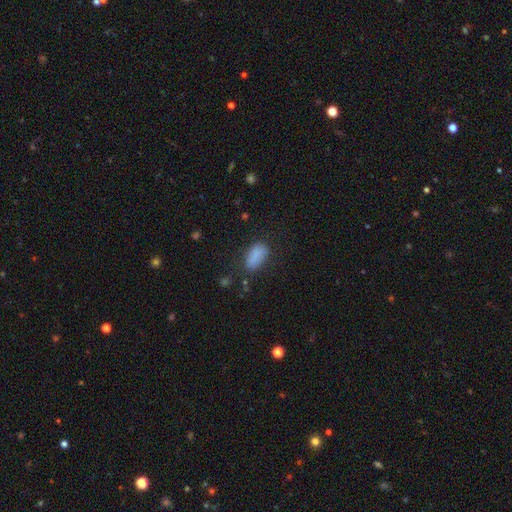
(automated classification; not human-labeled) Smooth or featured: smooth — 86% (star or artifact — 9%)
How rounded: in between — 90% (cigar-shaped — 6%)
Merging: none — 68% (minor disturbance — 21%)